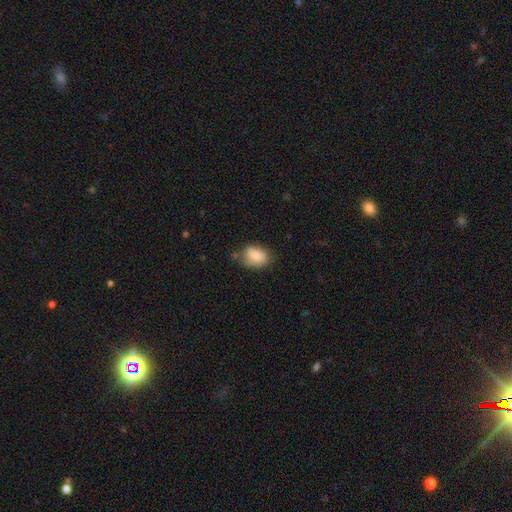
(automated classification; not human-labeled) Morphology: type=smooth (82%); roundness=in between (76%); merging=none (62%).